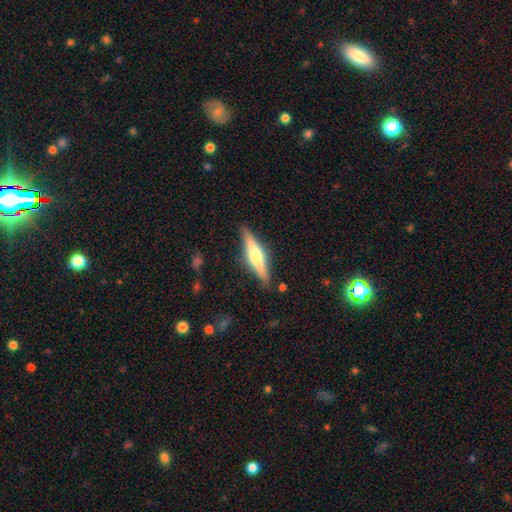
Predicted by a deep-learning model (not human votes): Q: Smooth or featured?
A: featured or disk (58%); runner-up: smooth (36%)
Q: Edge-on disk?
A: yes (95%); runner-up: no (5%)
Q: Edge-on bulge?
A: rounded (84%); runner-up: boxy (10%)
Q: Merging?
A: none (86%); runner-up: minor disturbance (10%)